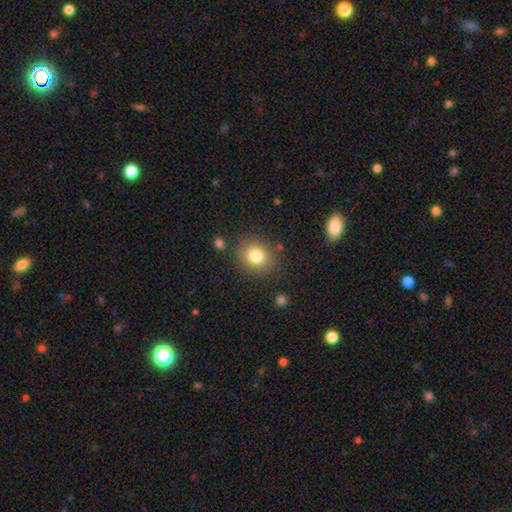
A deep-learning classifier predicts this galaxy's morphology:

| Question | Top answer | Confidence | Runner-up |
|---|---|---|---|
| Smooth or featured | smooth | 80% | star or artifact (11%) |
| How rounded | round | 76% | in between (23%) |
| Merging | none | 83% | minor disturbance (10%) |